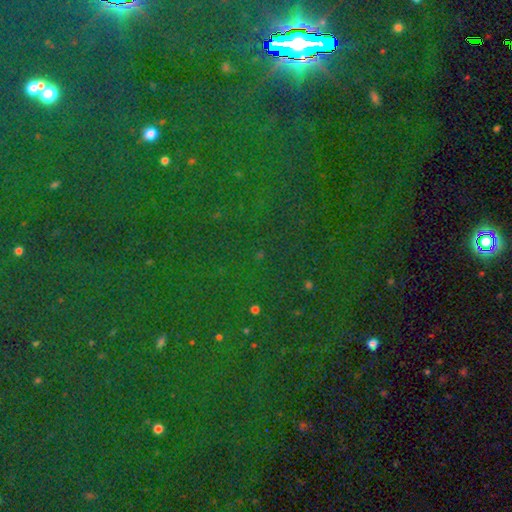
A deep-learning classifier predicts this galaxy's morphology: smooth-or-featured: star or artifact: 81% | smooth: 11% | featured or disk: 8%